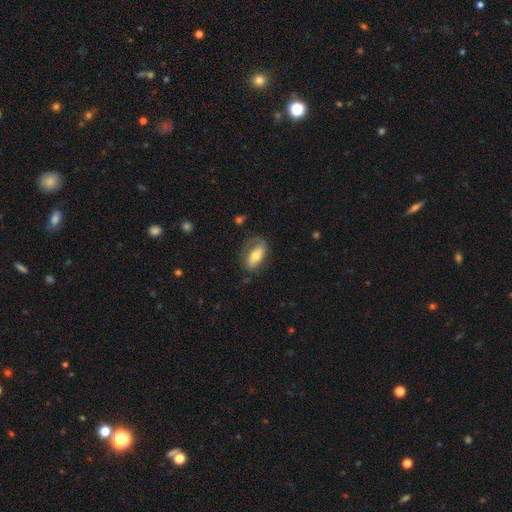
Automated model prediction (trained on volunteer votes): This appears to be a smooth galaxy with no disk features (49%). Merging: none (57%).